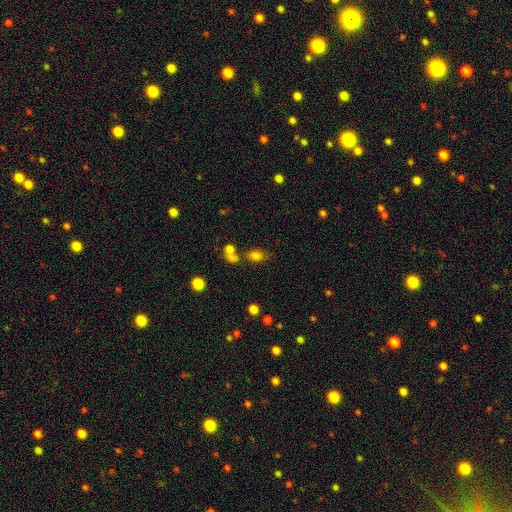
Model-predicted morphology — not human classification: smooth 77%, star or artifact 15%, featured or disk 9%. Down the decision tree: how rounded — in between (73%); merging — none (55%).